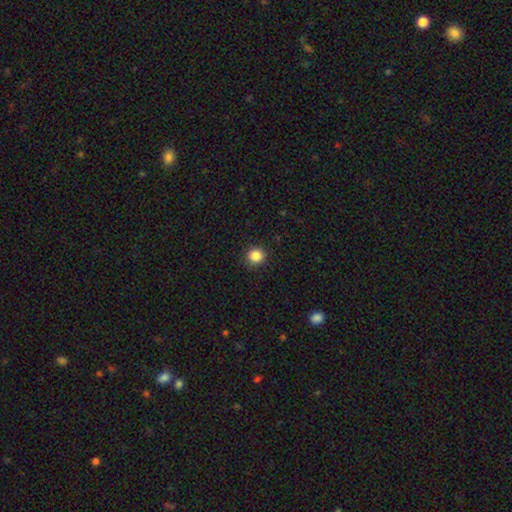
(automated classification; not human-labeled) smooth_or_featured: smooth (p=0.86) [alt: star or artifact p=0.11]
how_rounded: round (p=0.91) [alt: in between p=0.08]
merging: none (p=0.91) [alt: minor disturbance p=0.06]